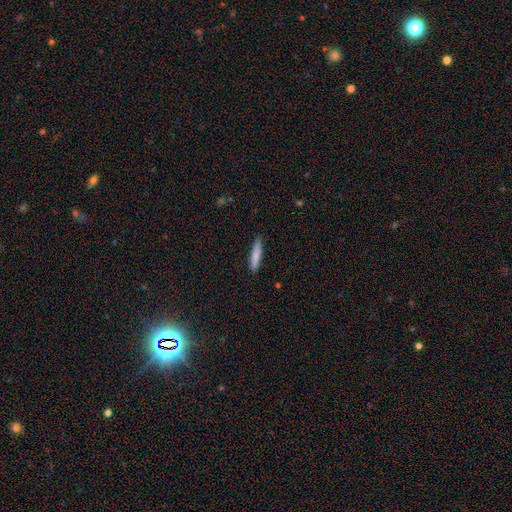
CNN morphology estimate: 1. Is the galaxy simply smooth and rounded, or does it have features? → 81% smooth, 13% featured or disk, 6% star or artifact.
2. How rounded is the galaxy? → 88% cigar-shaped, 11% in between, 1% round.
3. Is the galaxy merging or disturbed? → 86% none, 11% minor disturbance, 2% major disturbance, 1% merger.